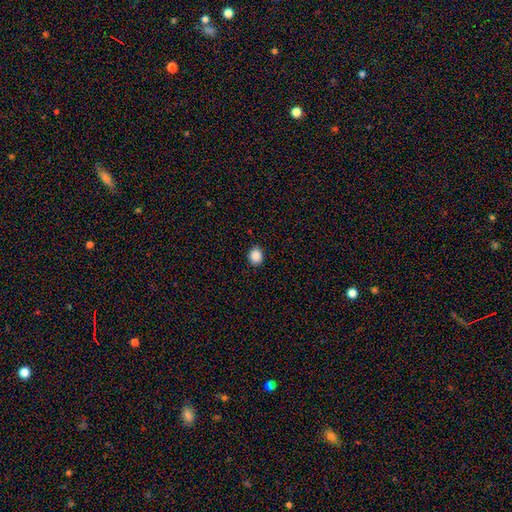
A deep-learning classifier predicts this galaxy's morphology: The model was most divided on "how rounded": round: 69%, in between: 31%, cigar-shaped: 1%. More confident: merging — none (90%); smooth or featured — smooth (88%).